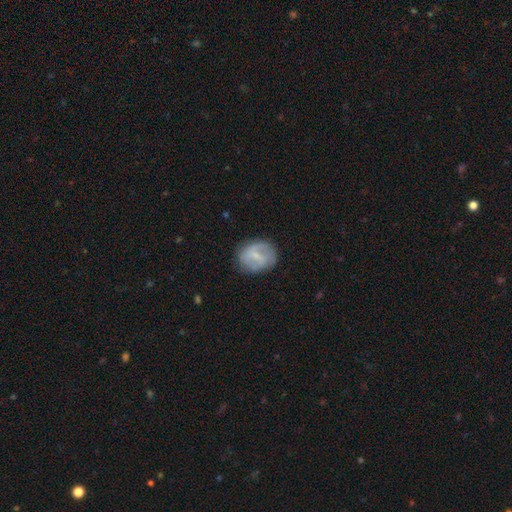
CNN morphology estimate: Overall: smooth (48%; featured or disk 45%). Merging: none (74%).